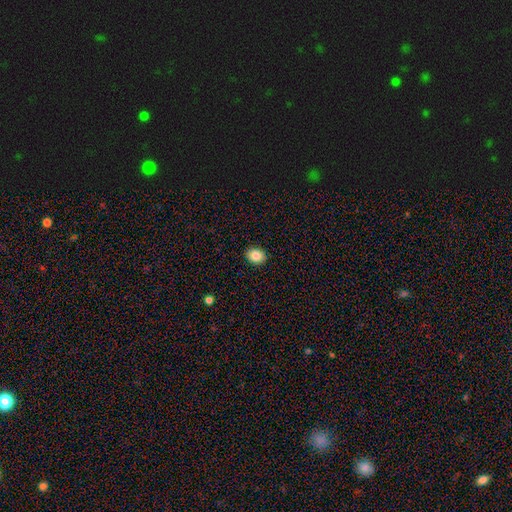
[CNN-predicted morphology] Smooth or featured?
  - smooth: 85% *
  - star or artifact: 9%
  - featured or disk: 6%
How rounded?
  - round: 54% *
  - in between: 45%
  - cigar-shaped: 1%
Merging?
  - none: 91% *
  - minor disturbance: 6%
  - major disturbance: 2%
  - merger: 1%